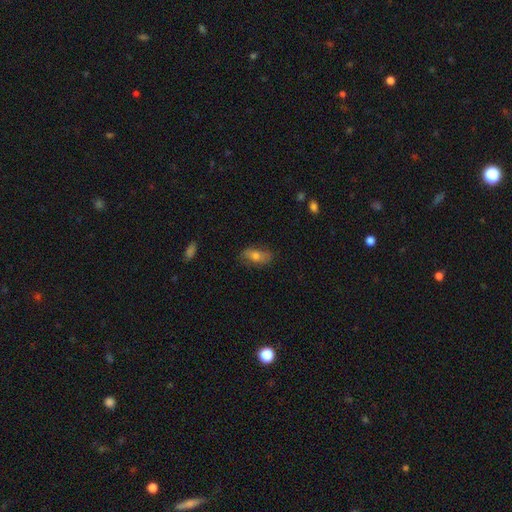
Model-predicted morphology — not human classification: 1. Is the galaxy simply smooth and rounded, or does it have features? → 66% smooth, 25% featured or disk, 9% star or artifact.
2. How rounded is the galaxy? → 86% in between, 7% round, 7% cigar-shaped.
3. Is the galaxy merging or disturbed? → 77% none, 18% minor disturbance, 4% major disturbance, 1% merger.